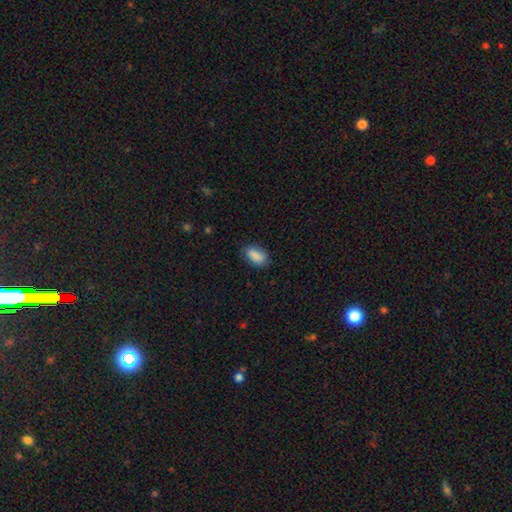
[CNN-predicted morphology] Q: Smooth or featured?
A: smooth (87%); runner-up: star or artifact (7%)
Q: How rounded?
A: in between (89%); runner-up: cigar-shaped (6%)
Q: Merging?
A: none (78%); runner-up: minor disturbance (17%)